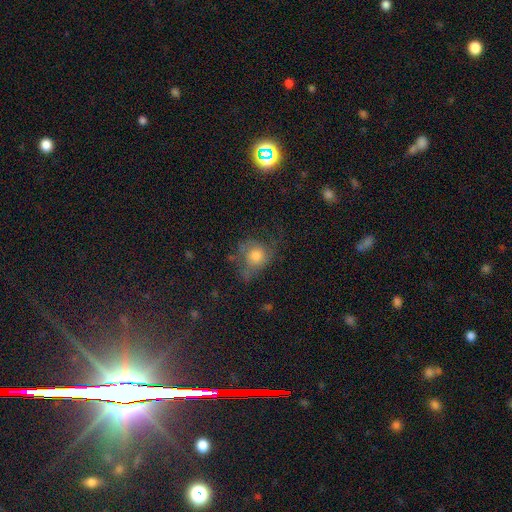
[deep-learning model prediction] smooth_or_featured: smooth (p=0.53) [alt: featured or disk p=0.34]
how_rounded: round (p=0.69) [alt: in between p=0.30]
merging: none (p=0.41) [alt: major disturbance p=0.30]